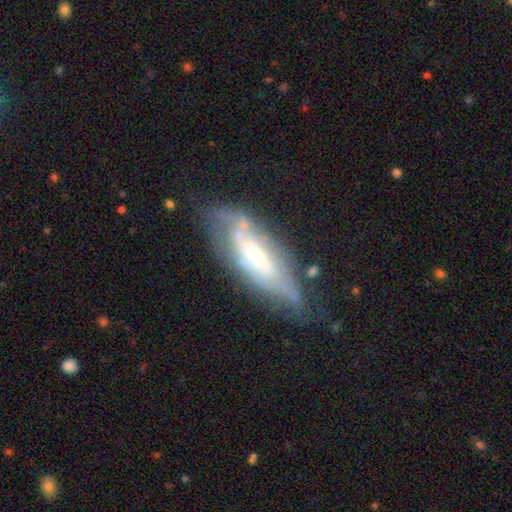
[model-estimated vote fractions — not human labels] This appears to be a featured or disk galaxy (72%) with no bar (54%), spiral arms (70%) and a small central bulge (54%). Merging: none (56%).